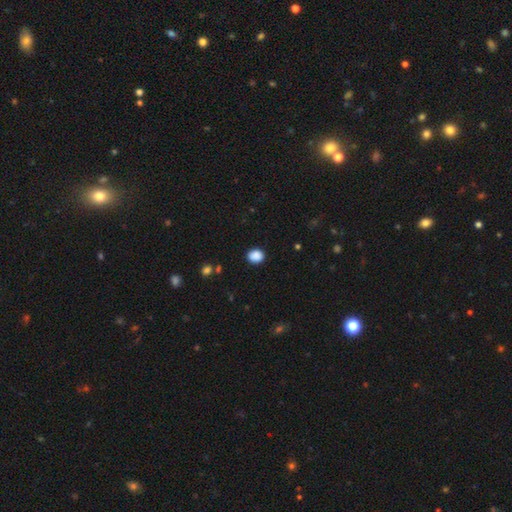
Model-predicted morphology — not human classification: A smooth galaxy with no disk features (88%) that is round (55%). Merging: none (88%).